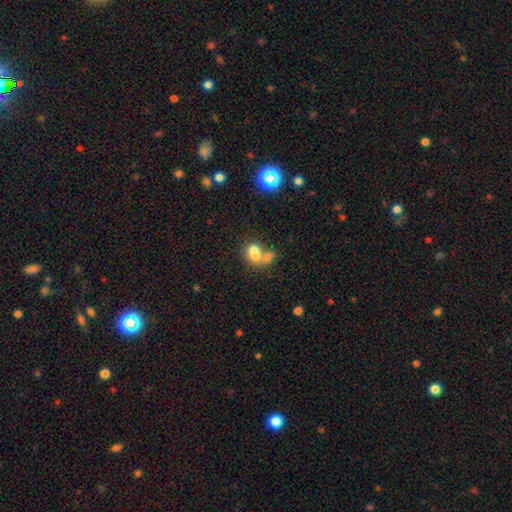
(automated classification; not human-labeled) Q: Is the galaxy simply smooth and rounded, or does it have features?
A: smooth — 66%.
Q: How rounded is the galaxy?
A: in between — 63%.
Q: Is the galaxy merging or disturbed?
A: merger — 67%.